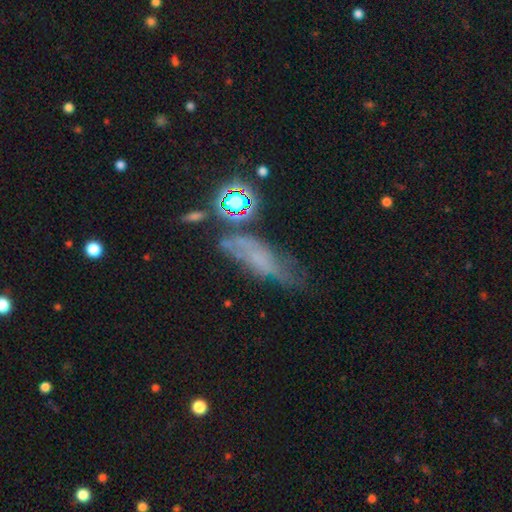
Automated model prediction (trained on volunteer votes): smooth-or-featured: featured or disk: 38% | smooth: 32% | star or artifact: 30%
  merging: none: 51% | minor disturbance: 24% | major disturbance: 18% | merger: 8%